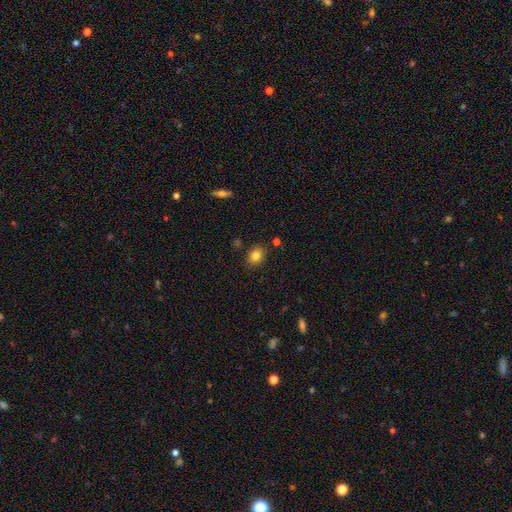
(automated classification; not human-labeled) This is clearly a smooth galaxy (82%). How rounded: possibly in between (53%). Merging: clearly none (85%).